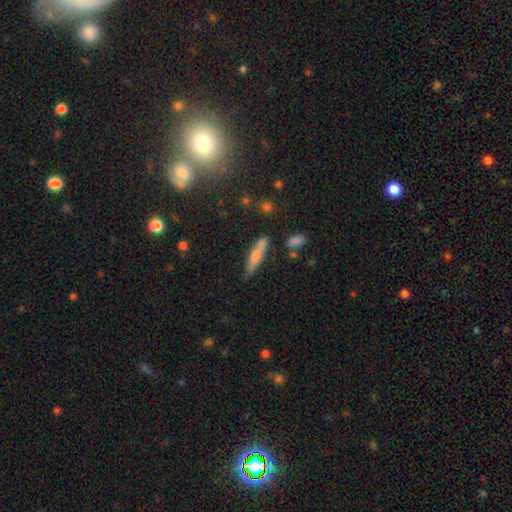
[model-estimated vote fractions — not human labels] Smooth or featured? Predicted: smooth (p=0.66). How rounded? Predicted: cigar-shaped (p=0.80). Merging? Predicted: none (p=0.72).